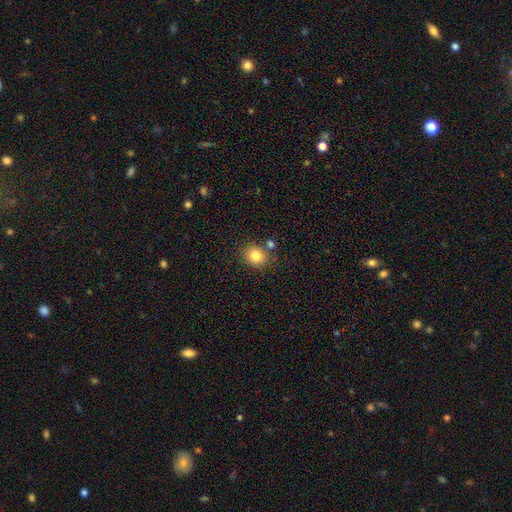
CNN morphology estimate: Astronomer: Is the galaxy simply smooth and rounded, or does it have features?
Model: smooth — 82%.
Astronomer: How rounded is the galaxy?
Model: round — 67%.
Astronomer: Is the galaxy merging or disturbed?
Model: none — 76%.